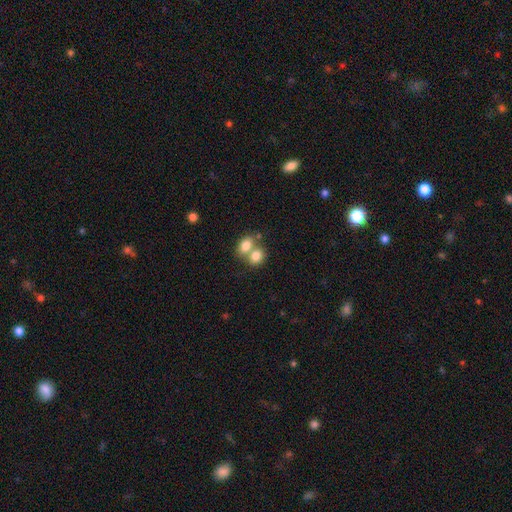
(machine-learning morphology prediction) The model was most divided on "how rounded": in between: 55%, round: 44%, cigar-shaped: 1%. More confident: smooth or featured — smooth (79%); merging — merger (61%).